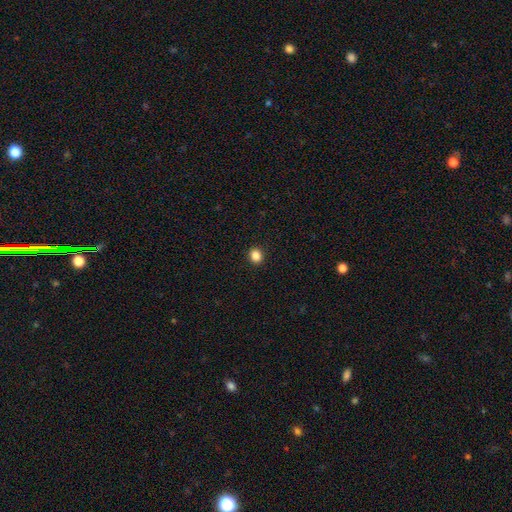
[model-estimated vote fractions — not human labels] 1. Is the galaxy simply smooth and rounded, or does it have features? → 86% smooth, 11% star or artifact, 3% featured or disk.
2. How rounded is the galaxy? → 76% round, 23% in between, 1% cigar-shaped.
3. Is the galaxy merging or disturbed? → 92% none, 5% minor disturbance, 2% major disturbance, 1% merger.